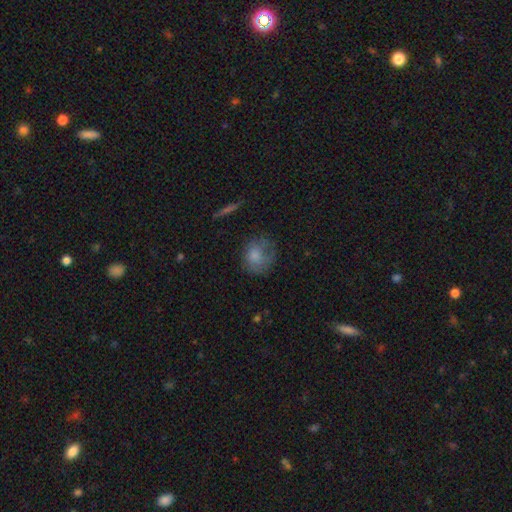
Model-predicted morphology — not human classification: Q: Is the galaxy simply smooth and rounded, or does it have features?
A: smooth — 67%.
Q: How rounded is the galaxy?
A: round — 72%.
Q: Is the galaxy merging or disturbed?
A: none — 53%.